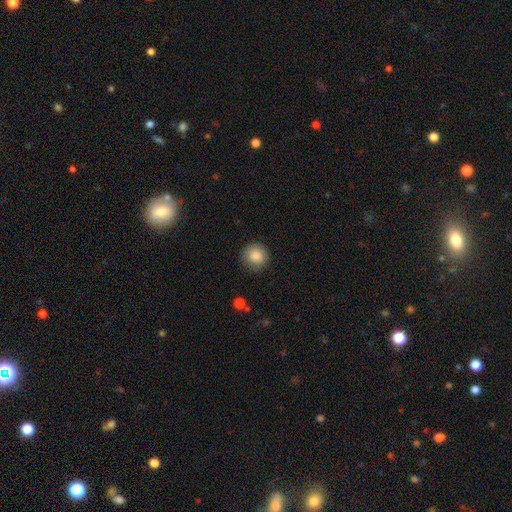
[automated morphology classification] type=smooth (86%); roundness=round (94%); merging=none (88%).